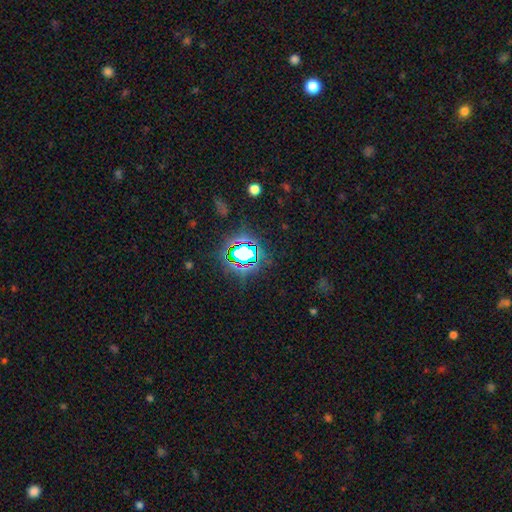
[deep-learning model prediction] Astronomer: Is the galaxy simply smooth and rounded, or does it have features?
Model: star or artifact — 79%.